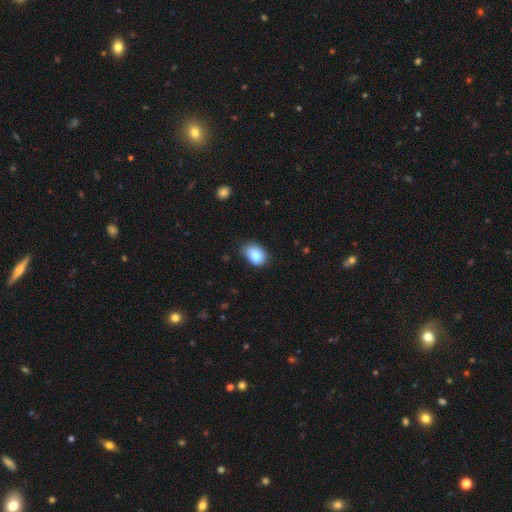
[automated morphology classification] type=smooth (84%); roundness=in between (73%); merging=none (71%).